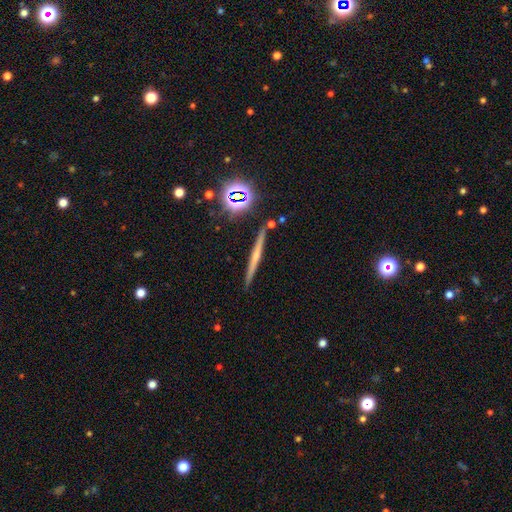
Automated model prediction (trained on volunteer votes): Morphology: type=featured or disk (55%); edge-on=yes (97%); edge-on bulge=rounded (48%); merging=none (89%).